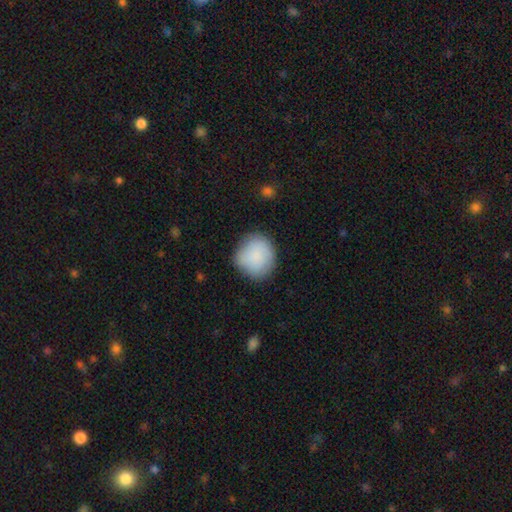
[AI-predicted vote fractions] This appears to be a smooth galaxy with no disk features (86%) that is round (84%). Merging: none (75%).